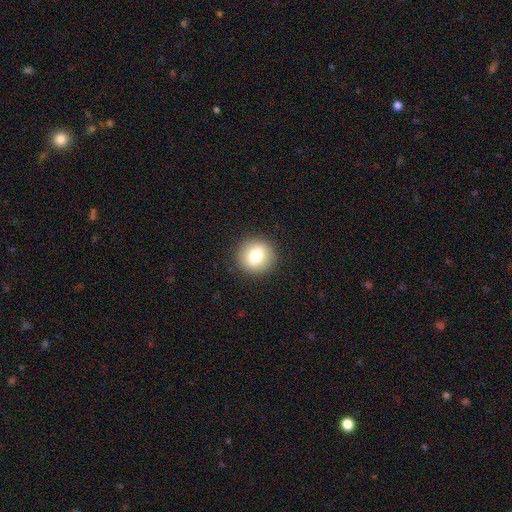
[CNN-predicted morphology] Overall: smooth (74%). How rounded: round (88%). Merging: none (90%).